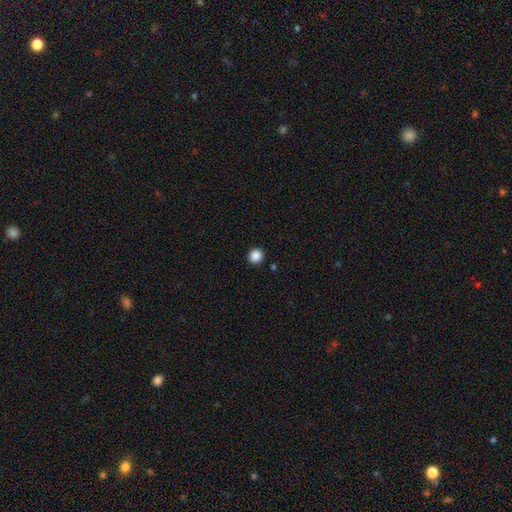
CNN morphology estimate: Smooth or featured: smooth — 87% (star or artifact — 10%)
How rounded: round — 93% (in between — 6%)
Merging: none — 93% (minor disturbance — 4%)